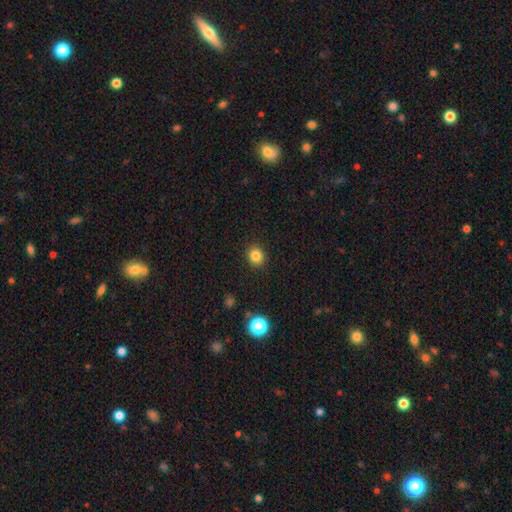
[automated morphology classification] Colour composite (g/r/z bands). It shows a smooth galaxy with no disk features (83%) that is round (74%). Merging: none (90%).